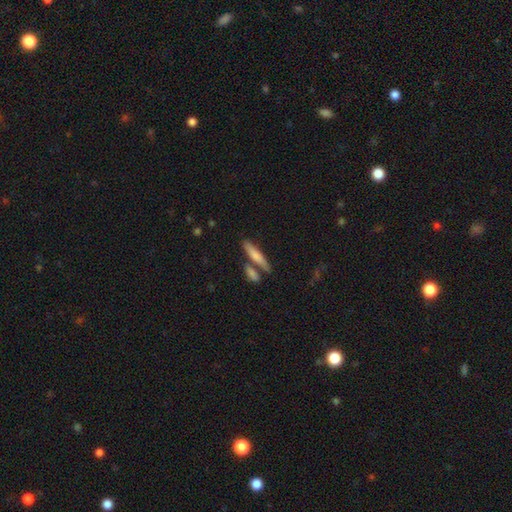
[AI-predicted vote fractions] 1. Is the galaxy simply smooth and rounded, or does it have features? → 70% smooth, 24% featured or disk, 7% star or artifact.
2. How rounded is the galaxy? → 78% cigar-shaped, 20% in between, 3% round.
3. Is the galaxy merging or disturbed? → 63% none, 23% merger, 11% minor disturbance, 4% major disturbance.